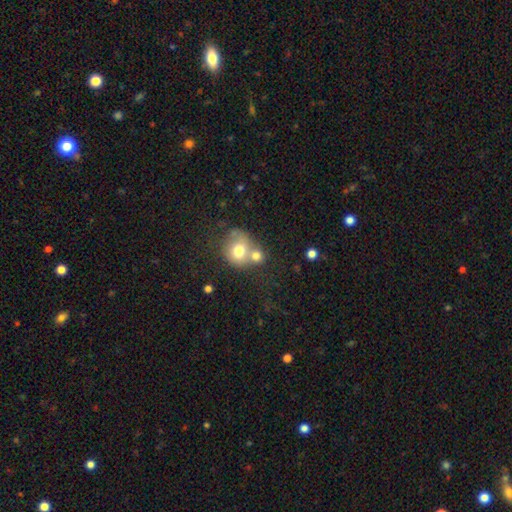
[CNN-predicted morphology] Smooth or featured? Predicted: smooth (p=0.70). How rounded? Predicted: round (p=0.71). Merging? Predicted: merger (p=0.56).